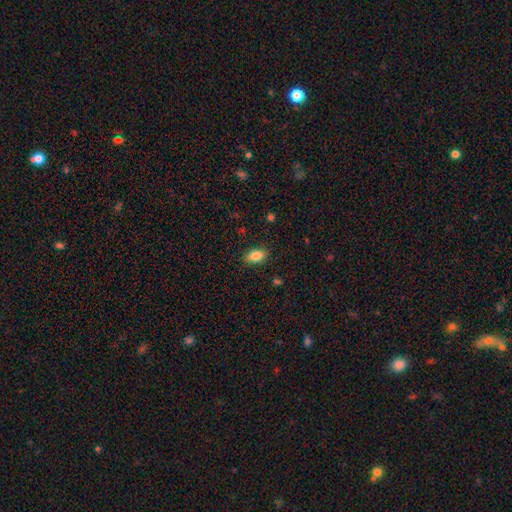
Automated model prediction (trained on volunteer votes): A smooth galaxy with no disk features (86%) that is in between round and cigar-shaped (90%). Merging: none (86%).